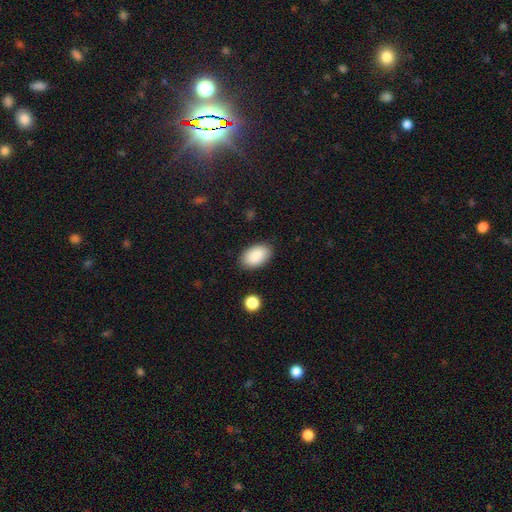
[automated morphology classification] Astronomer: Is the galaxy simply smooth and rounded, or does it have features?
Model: smooth — 90%.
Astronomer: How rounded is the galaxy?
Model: in between — 94%.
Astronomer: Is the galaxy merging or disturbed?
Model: none — 87%.